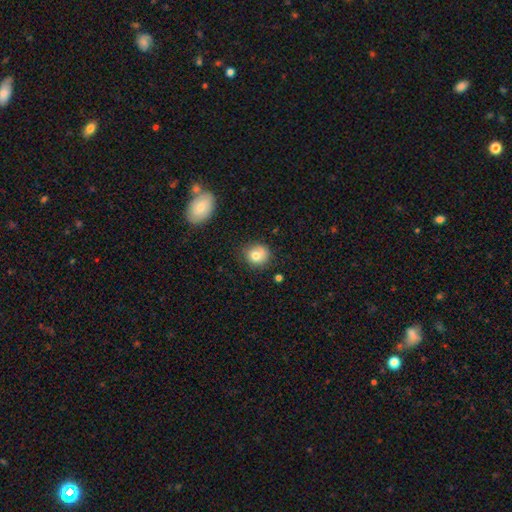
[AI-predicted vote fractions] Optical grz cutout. It shows a smooth galaxy with no disk features (76%) that is round (78%). Merging: none (68%).